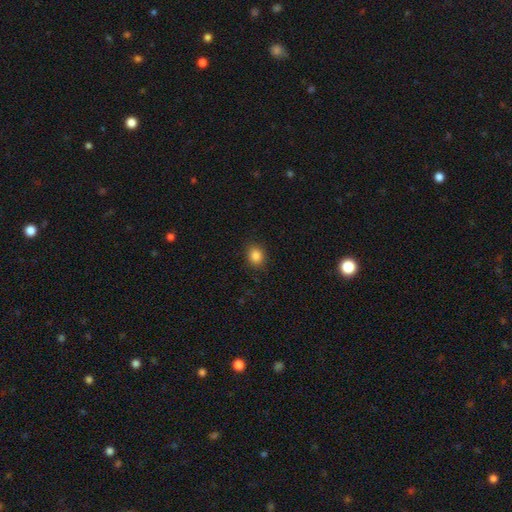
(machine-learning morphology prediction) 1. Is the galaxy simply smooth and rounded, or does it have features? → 86% smooth, 11% star or artifact, 4% featured or disk.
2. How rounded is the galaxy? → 62% round, 37% in between, 1% cigar-shaped.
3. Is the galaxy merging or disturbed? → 88% none, 8% minor disturbance, 2% major disturbance, 1% merger.